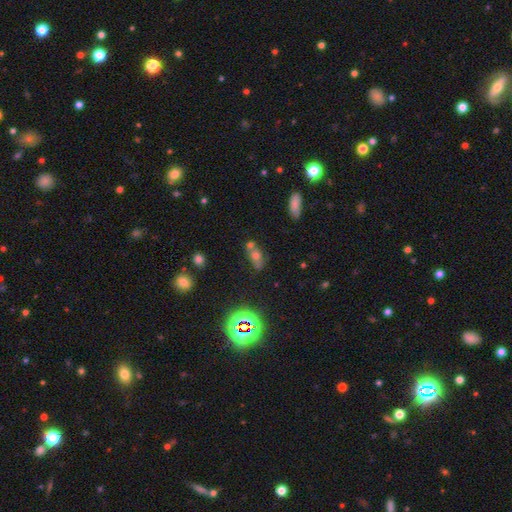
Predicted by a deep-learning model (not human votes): smooth 55%, star or artifact 23%, featured or disk 22%. Down the decision tree: how rounded — in between (65%); merging — merger (41%).